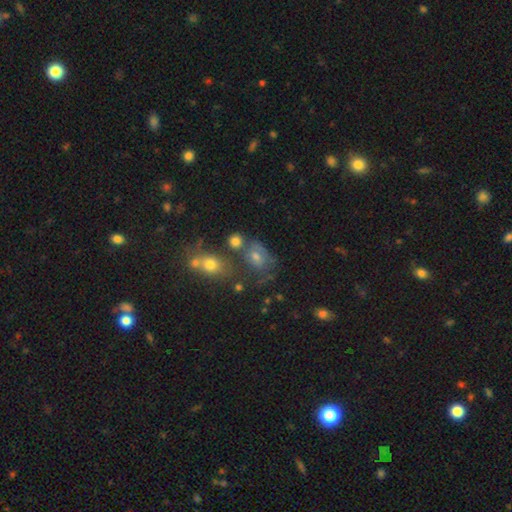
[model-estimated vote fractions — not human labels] The model was most divided on "merging": none: 41%, minor disturbance: 24%, merger: 20%, major disturbance: 16%. More confident: how rounded — in between (65%); smooth or featured — smooth (52%).